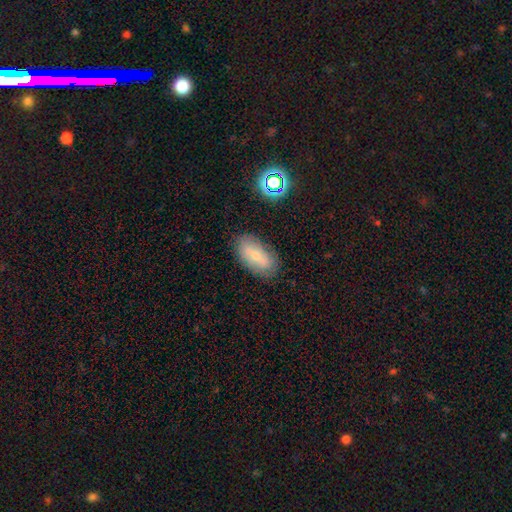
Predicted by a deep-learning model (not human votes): Q: Smooth or featured?
A: smooth (57%); runner-up: featured or disk (33%)
Q: How rounded?
A: in between (91%); runner-up: cigar-shaped (5%)
Q: Merging?
A: none (80%); runner-up: minor disturbance (14%)